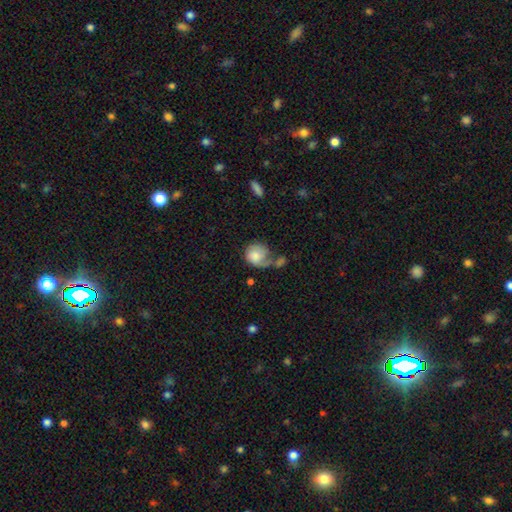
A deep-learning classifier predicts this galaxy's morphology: Overall: smooth (63%; featured or disk 30%). How rounded: round (76%). Merging: none (30%; major disturbance 27%).